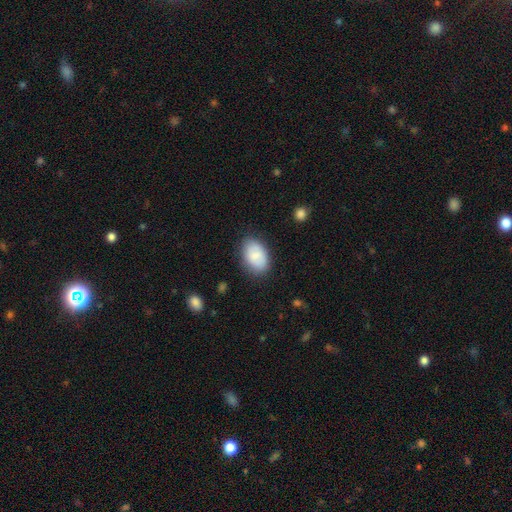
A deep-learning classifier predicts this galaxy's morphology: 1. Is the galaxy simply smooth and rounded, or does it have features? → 80% smooth, 13% featured or disk, 7% star or artifact.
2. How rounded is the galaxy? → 90% in between, 9% round, 1% cigar-shaped.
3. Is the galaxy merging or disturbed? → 80% none, 14% minor disturbance, 4% major disturbance, 2% merger.